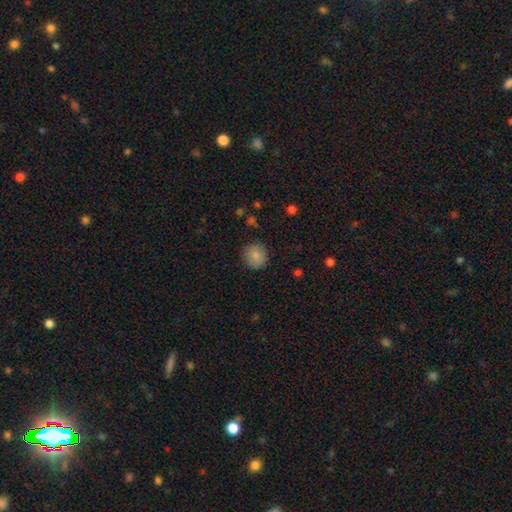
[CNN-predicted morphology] type=smooth (85%); roundness=round (86%); merging=none (83%).